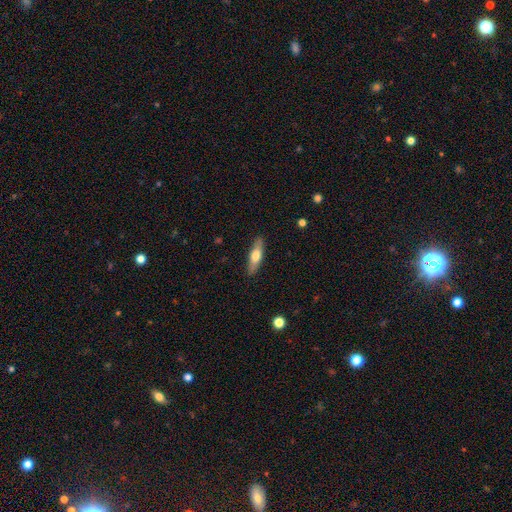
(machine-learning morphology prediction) Smooth or featured: smooth — 63% (featured or disk — 31%)
How rounded: cigar-shaped — 56% (in between — 41%)
Merging: none — 88% (minor disturbance — 9%)